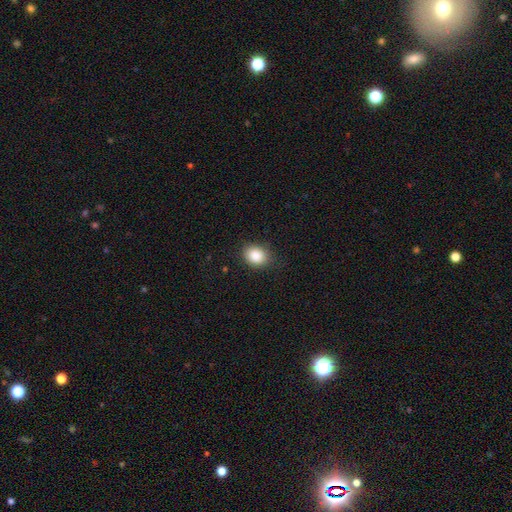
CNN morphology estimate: smooth-or-featured: smooth: 87% | star or artifact: 9% | featured or disk: 4%
  how-rounded: in between: 52% | round: 47% | cigar-shaped: 1%
  merging: none: 82% | minor disturbance: 14% | major disturbance: 3% | merger: 1%